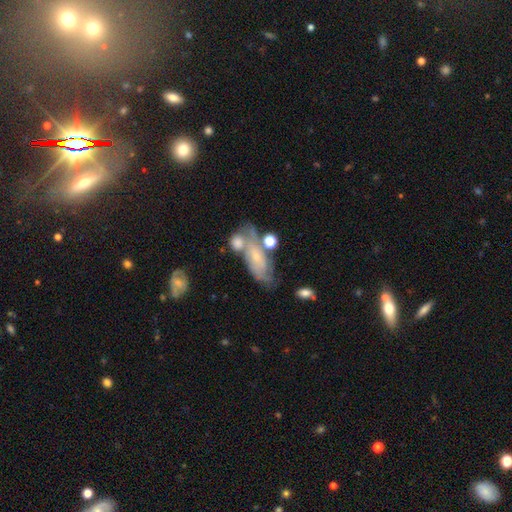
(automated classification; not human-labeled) A featured or disk galaxy (57%). Merging: none (42%).